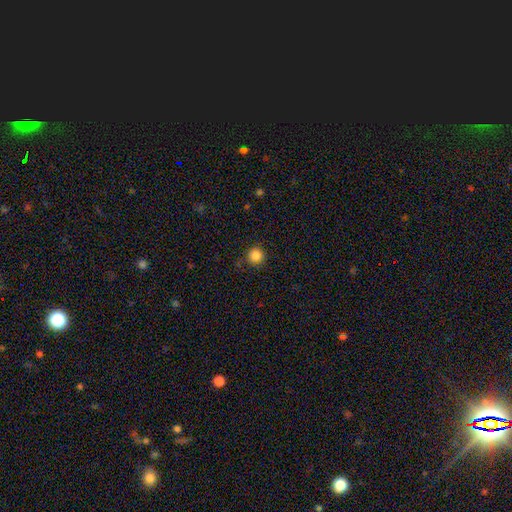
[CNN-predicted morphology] smooth-or-featured: smooth: 85% | star or artifact: 11% | featured or disk: 3%
  how-rounded: round: 95% | in between: 4% | cigar-shaped: 1%
  merging: none: 87% | minor disturbance: 9% | major disturbance: 2% | merger: 2%